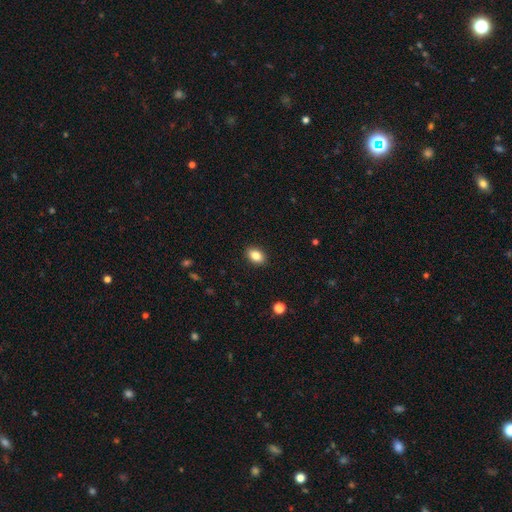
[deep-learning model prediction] Overall: smooth (85%). How rounded: in between (83%). Merging: none (90%).